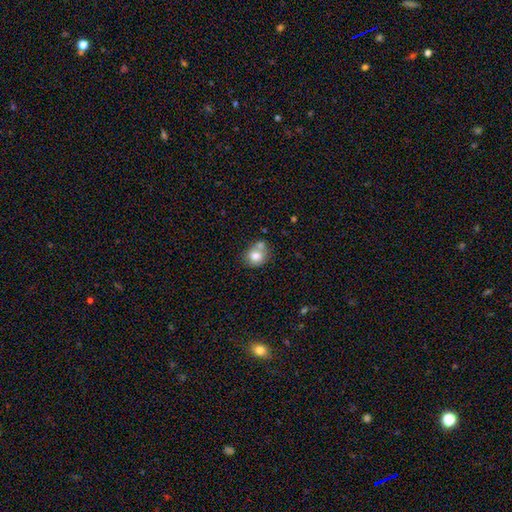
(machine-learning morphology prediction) Smooth or featured: smooth — 77% (featured or disk — 14%)
How rounded: round — 70% (in between — 29%)
Merging: none — 48% (merger — 33%)